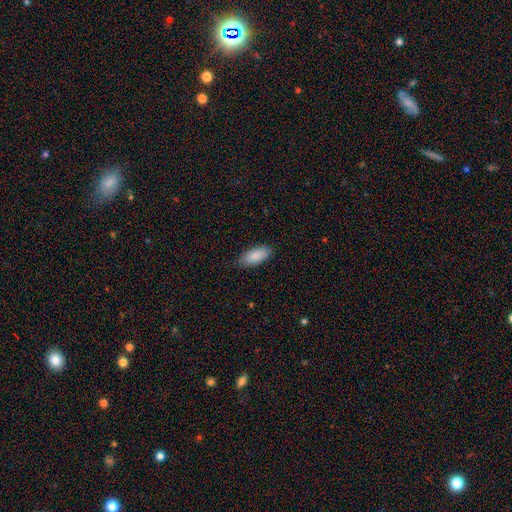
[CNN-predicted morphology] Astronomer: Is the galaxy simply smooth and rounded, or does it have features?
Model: smooth — 89%.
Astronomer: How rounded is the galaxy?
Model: in between — 85%.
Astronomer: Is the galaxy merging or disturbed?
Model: none — 85%.